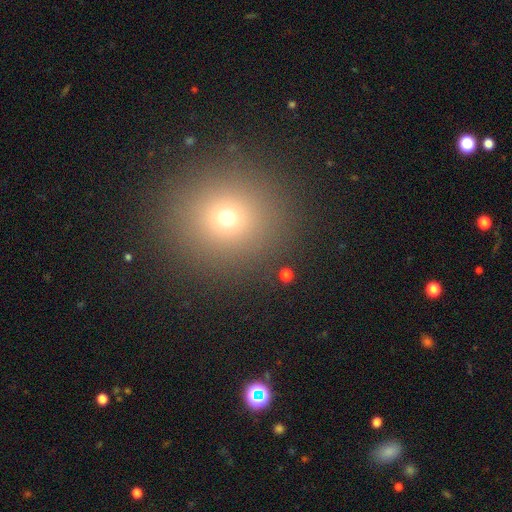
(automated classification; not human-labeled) This appears to be a smooth galaxy with no disk features (64%) that is round (89%). Merging: none (90%).